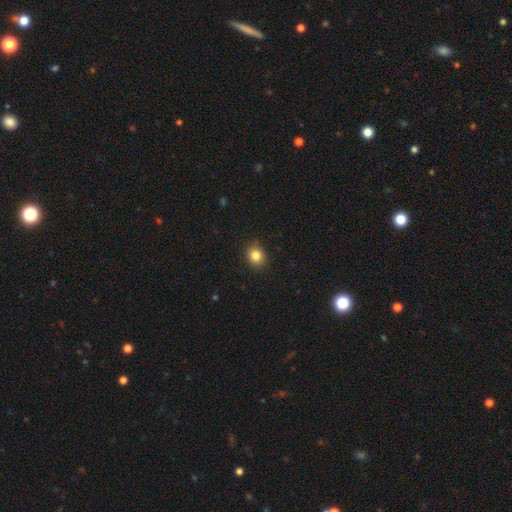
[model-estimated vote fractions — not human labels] smooth 83%, star or artifact 11%, featured or disk 6%. Down the decision tree: how rounded — round (70%); merging — none (88%).